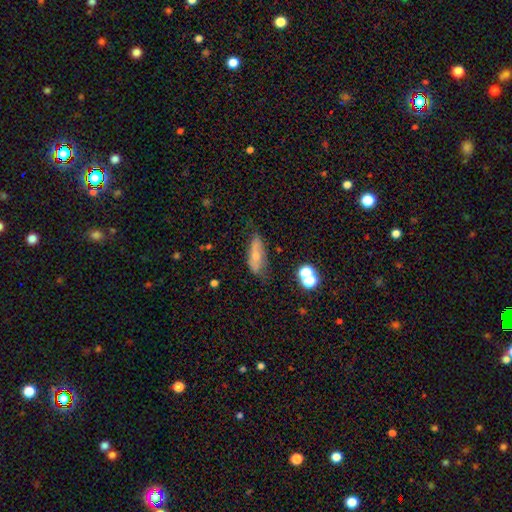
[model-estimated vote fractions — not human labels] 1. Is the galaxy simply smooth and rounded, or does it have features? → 45% featured or disk, 43% smooth, 12% star or artifact.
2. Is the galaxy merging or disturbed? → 61% none, 26% minor disturbance, 9% major disturbance, 4% merger.